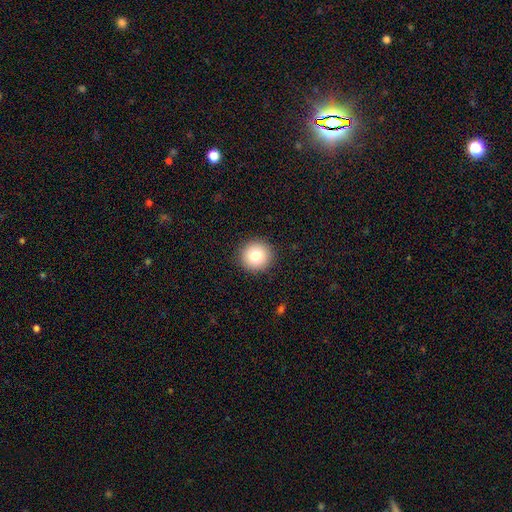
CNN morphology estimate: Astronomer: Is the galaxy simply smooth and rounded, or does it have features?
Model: smooth — 80%.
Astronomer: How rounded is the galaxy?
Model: round — 95%.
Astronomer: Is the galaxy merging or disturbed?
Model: none — 92%.